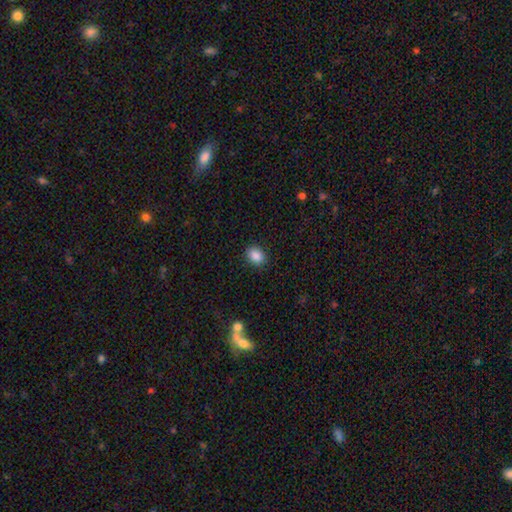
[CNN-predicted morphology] smooth-or-featured: smooth: 88% | star or artifact: 9% | featured or disk: 3%
  how-rounded: in between: 66% | round: 33% | cigar-shaped: 1%
  merging: none: 89% | minor disturbance: 8% | major disturbance: 2% | merger: 1%